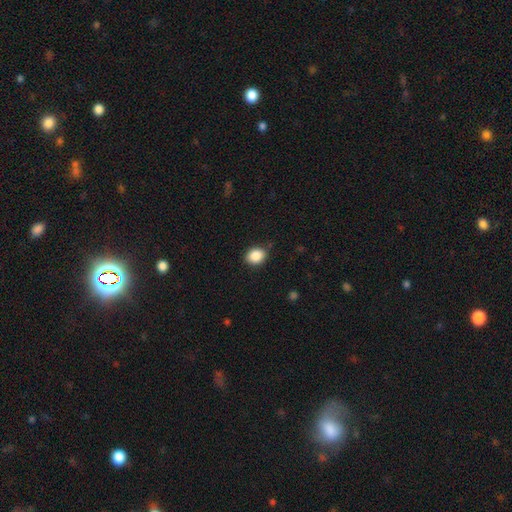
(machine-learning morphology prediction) Smooth or featured?
  - smooth: 88% *
  - star or artifact: 8%
  - featured or disk: 4%
How rounded?
  - in between: 52% *
  - round: 47%
  - cigar-shaped: 1%
Merging?
  - none: 85% *
  - minor disturbance: 11%
  - major disturbance: 2%
  - merger: 1%